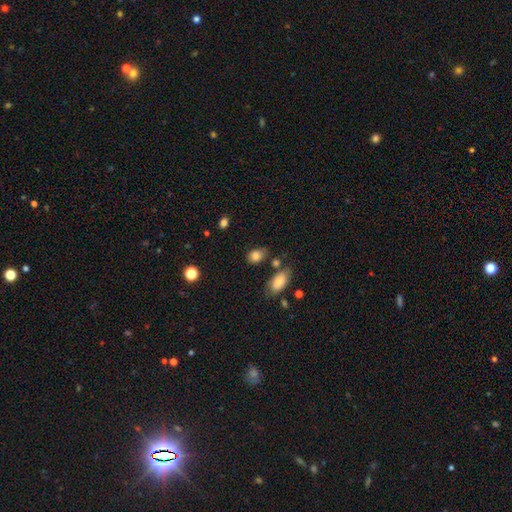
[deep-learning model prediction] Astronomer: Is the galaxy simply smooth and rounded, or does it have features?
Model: smooth — 84%.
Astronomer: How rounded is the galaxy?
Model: in between — 75%.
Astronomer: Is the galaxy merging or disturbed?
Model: none — 67%.